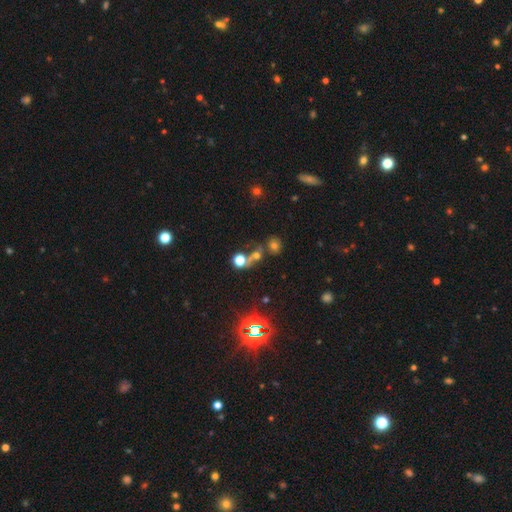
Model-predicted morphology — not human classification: type=smooth (47%); merging=none (48%).